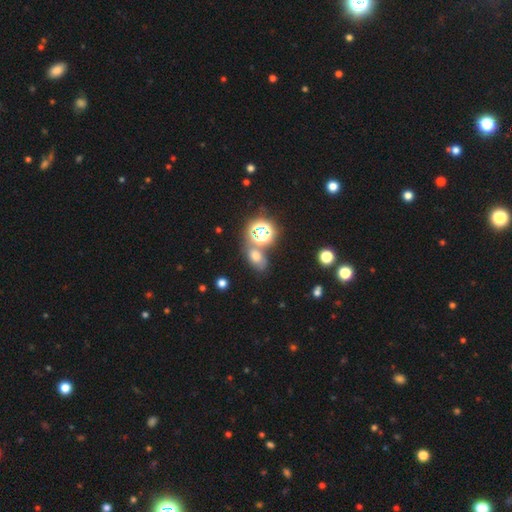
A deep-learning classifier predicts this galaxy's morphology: The model was most divided on "smooth or featured": smooth: 56%, star or artifact: 33%, featured or disk: 11%. More confident: how rounded — in between (71%); merging — none (57%).